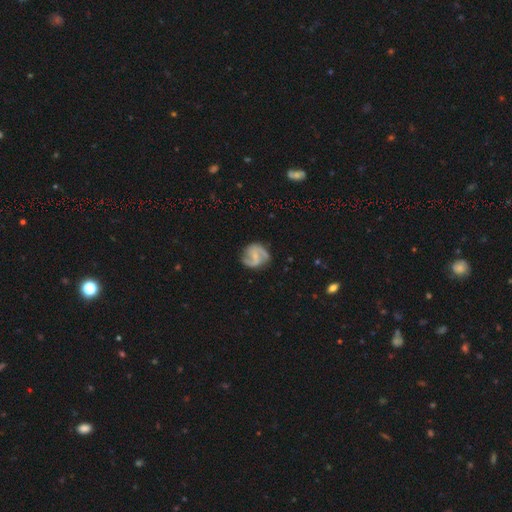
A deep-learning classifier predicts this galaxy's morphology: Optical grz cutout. It shows a featured or disk galaxy (80%) with a weak bar (46%), 2 (87%) medium (52%) spiral arms (95%) and a small central bulge (59%). Merging: none (75%).